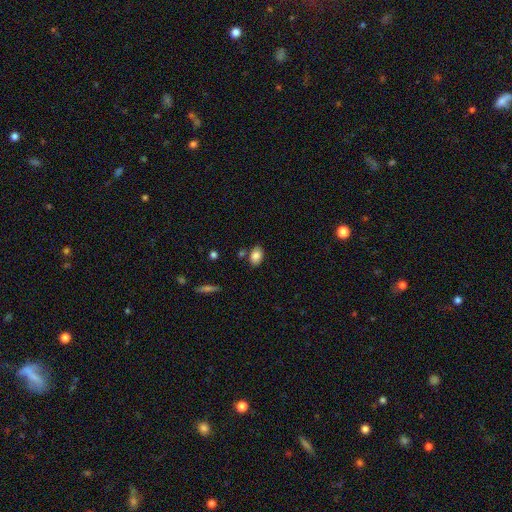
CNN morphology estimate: Smooth or featured? Predicted: smooth (p=0.83). How rounded? Predicted: in between (p=0.87). Merging? Predicted: none (p=0.77).